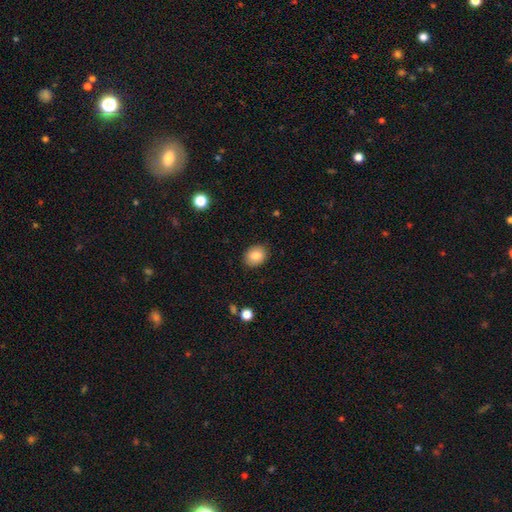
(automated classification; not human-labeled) Smooth or featured? Predicted: smooth (p=0.85). How rounded? Predicted: in between (p=0.60). Merging? Predicted: none (p=0.87).